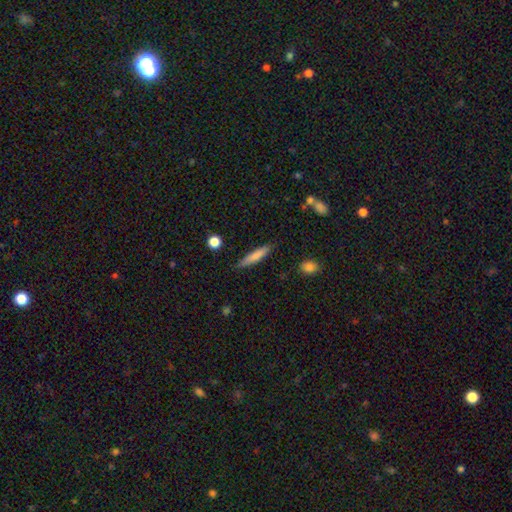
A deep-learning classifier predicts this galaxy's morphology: This is likely a smooth galaxy (76%). How rounded: clearly cigar-shaped (89%). Merging: clearly none (86%).